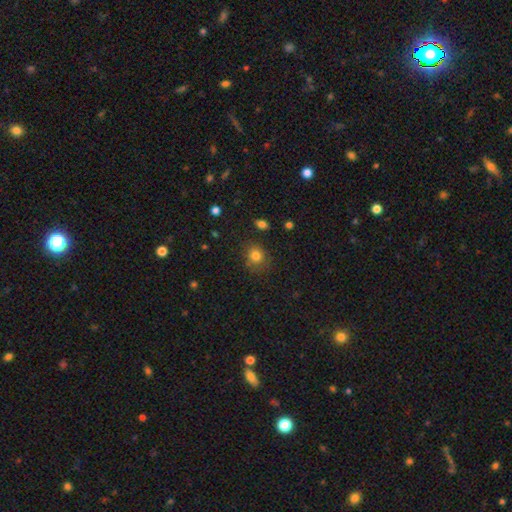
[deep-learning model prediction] The model was most divided on "how rounded": round: 78%, in between: 21%, cigar-shaped: 1%. More confident: smooth or featured — smooth (80%); merging — none (78%).